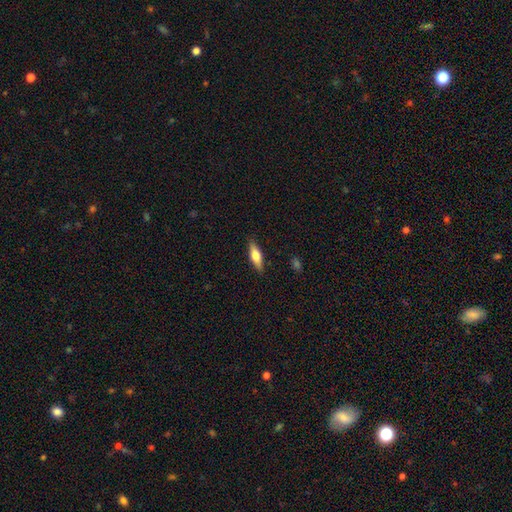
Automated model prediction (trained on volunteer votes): Q: Smooth or featured?
A: smooth (60%); runner-up: featured or disk (33%)
Q: How rounded?
A: in between (49%); runner-up: cigar-shaped (48%)
Q: Merging?
A: none (88%); runner-up: minor disturbance (9%)